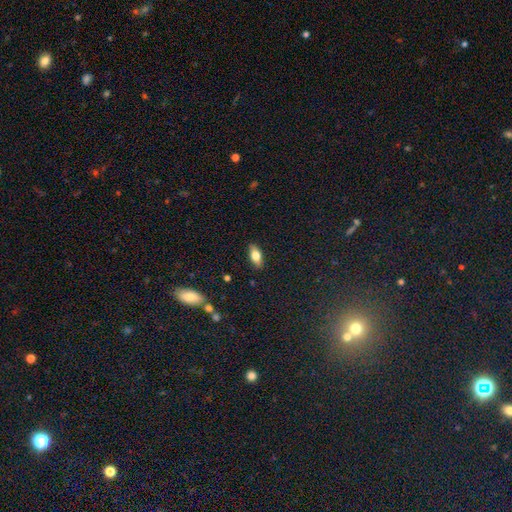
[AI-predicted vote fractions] Smooth or featured? smooth (74%)
How rounded? in between (84%)
Merging? none (87%)